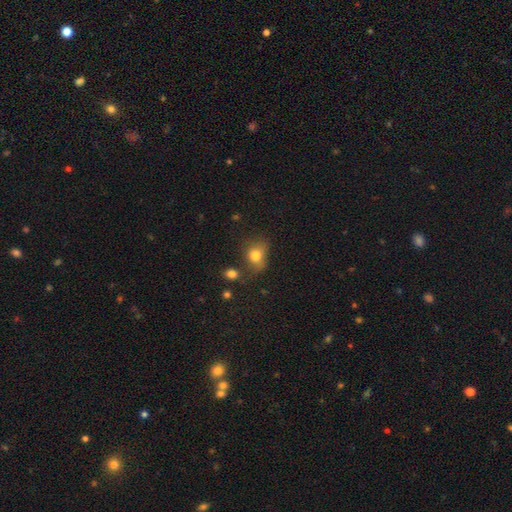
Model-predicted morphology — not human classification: A smooth galaxy with no disk features (78%) that is round (50%).

Vote fractions:
- Smooth or featured? smooth: 78% / star or artifact: 11% / featured or disk: 10%
- How rounded? round: 50% / in between: 49% / cigar-shaped: 1%
- Merging? none: 51% / minor disturbance: 29% / major disturbance: 12% / merger: 8%